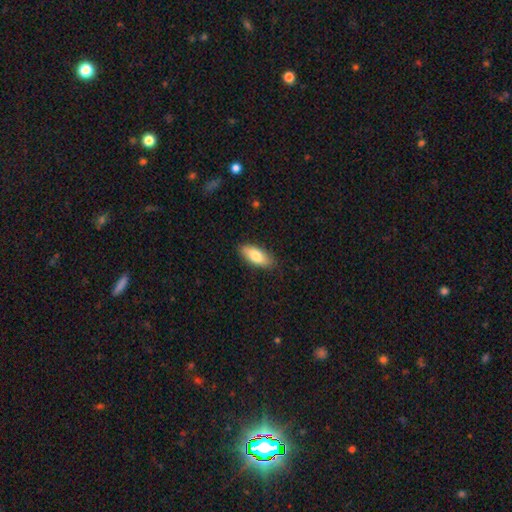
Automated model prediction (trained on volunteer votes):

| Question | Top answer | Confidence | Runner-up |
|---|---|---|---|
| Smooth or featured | smooth | 80% | featured or disk (14%) |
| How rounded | in between | 81% | cigar-shaped (17%) |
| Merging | none | 86% | minor disturbance (11%) |